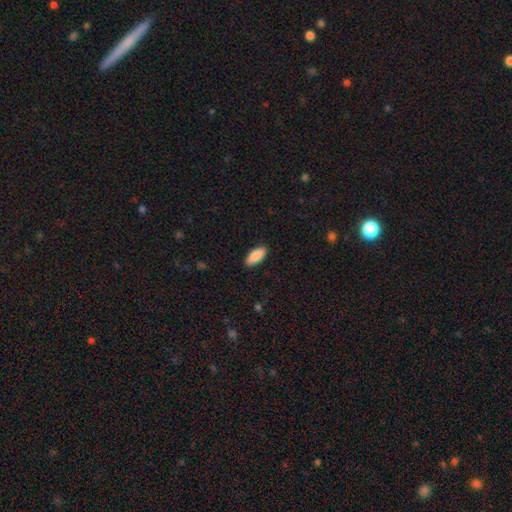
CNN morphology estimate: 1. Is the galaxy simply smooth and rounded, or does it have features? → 90% smooth, 6% star or artifact, 4% featured or disk.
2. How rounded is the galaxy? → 85% in between, 13% cigar-shaped, 2% round.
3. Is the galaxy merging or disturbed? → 90% none, 8% minor disturbance, 2% major disturbance, 1% merger.